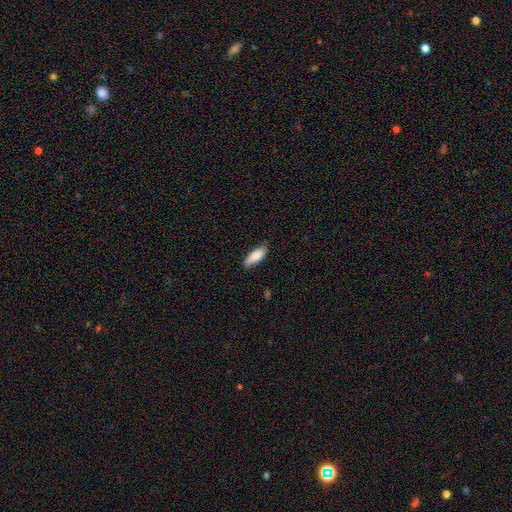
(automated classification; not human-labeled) smooth 81%, featured or disk 13%, star or artifact 6%. Down the decision tree: how rounded — in between (65%); merging — none (78%).